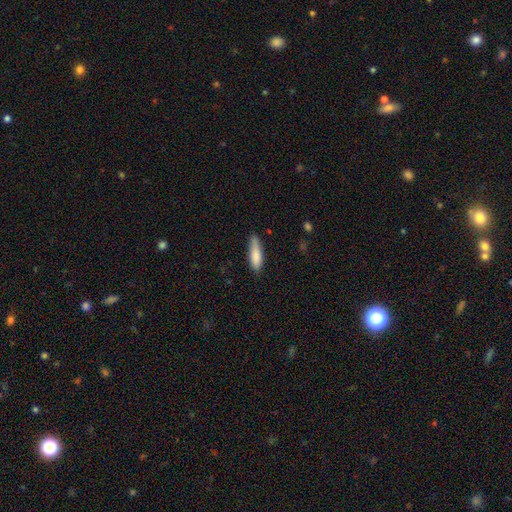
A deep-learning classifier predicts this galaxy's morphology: Smooth or featured: smooth — 84% (featured or disk — 10%)
How rounded: cigar-shaped — 59% (in between — 39%)
Merging: none — 74% (minor disturbance — 21%)